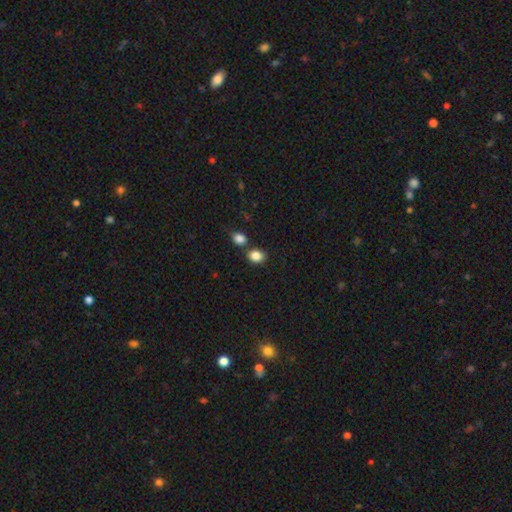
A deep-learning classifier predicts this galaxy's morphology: Smooth or featured?
  - smooth: 85% *
  - star or artifact: 10%
  - featured or disk: 5%
How rounded?
  - in between: 51% *
  - round: 48%
  - cigar-shaped: 1%
Merging?
  - none: 67% *
  - merger: 19%
  - minor disturbance: 11%
  - major disturbance: 3%